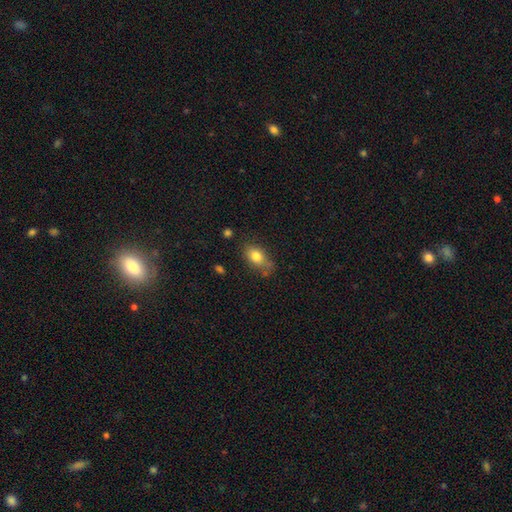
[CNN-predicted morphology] Smooth or featured?
  - smooth: 80% *
  - featured or disk: 11%
  - star or artifact: 9%
How rounded?
  - in between: 80% *
  - round: 17%
  - cigar-shaped: 3%
Merging?
  - none: 62% *
  - minor disturbance: 25%
  - major disturbance: 7%
  - merger: 6%